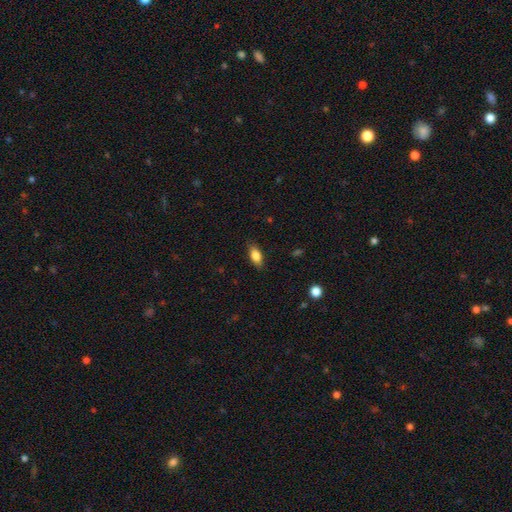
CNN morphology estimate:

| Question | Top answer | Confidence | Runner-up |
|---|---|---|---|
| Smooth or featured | smooth | 83% | featured or disk (9%) |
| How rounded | in between | 84% | cigar-shaped (12%) |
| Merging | none | 86% | minor disturbance (11%) |